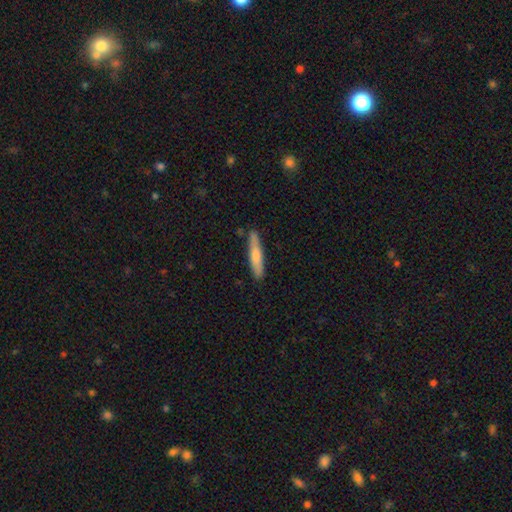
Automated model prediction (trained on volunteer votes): smooth 53%, featured or disk 41%, star or artifact 6%. Down the decision tree: how rounded — cigar-shaped (92%); merging — none (87%).